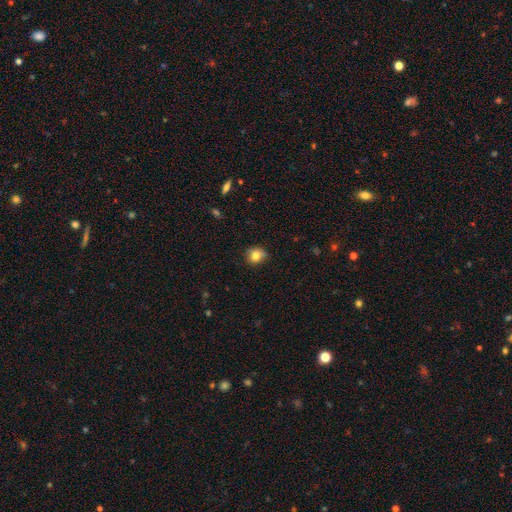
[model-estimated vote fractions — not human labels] This appears to be a smooth galaxy with no disk features (81%) that is round (73%). Merging: none (72%).